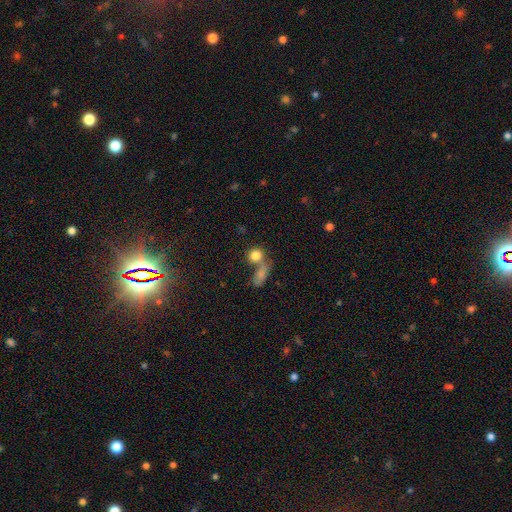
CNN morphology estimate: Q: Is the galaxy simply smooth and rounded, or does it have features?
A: smooth — 80%.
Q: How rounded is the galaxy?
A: round — 74%.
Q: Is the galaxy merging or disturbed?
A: merger — 42%, tied with none.